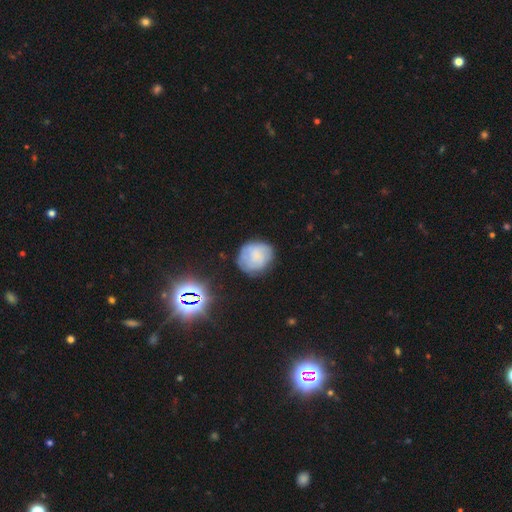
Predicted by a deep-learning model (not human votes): Smooth or featured? smooth (57%)
How rounded? round (76%)
Merging? none (69%)